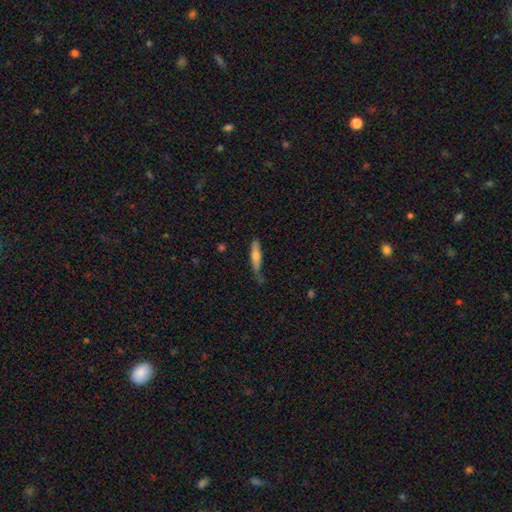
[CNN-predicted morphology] This is possibly a smooth galaxy (58%). How rounded: clearly cigar-shaped (83%). Merging: possibly none (60%).